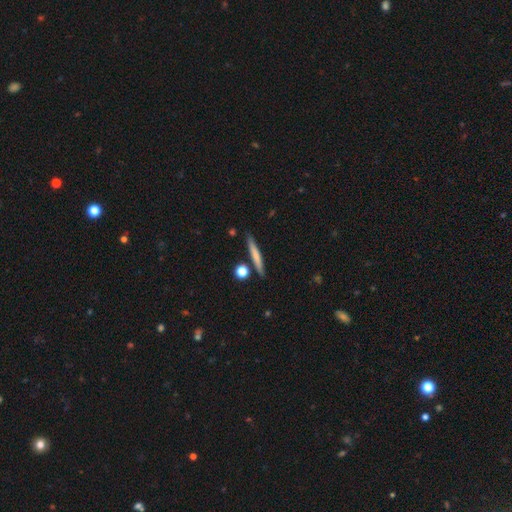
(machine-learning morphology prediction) Smooth or featured? smooth (67%)
How rounded? cigar-shaped (93%)
Merging? none (84%)